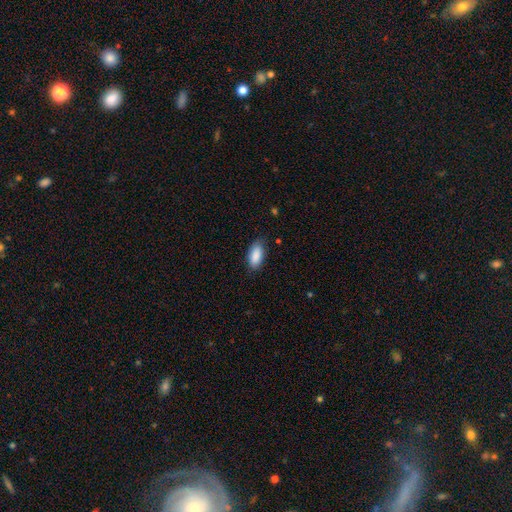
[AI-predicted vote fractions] This appears to be a smooth galaxy with no disk features (89%) that is in between round and cigar-shaped (90%). Merging: none (81%).